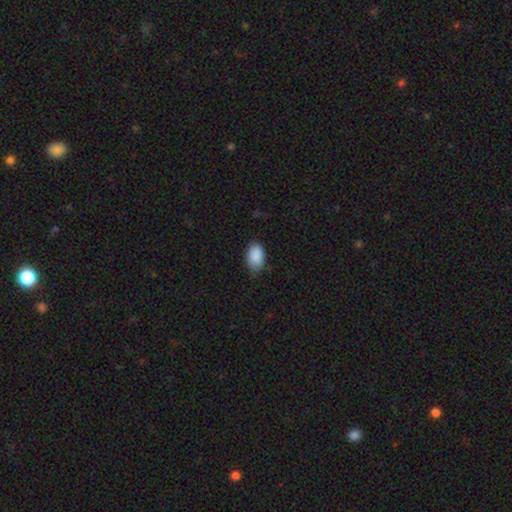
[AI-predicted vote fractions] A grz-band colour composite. It shows a smooth galaxy with no disk features (89%) that is in between round and cigar-shaped (90%). Merging: none (76%).